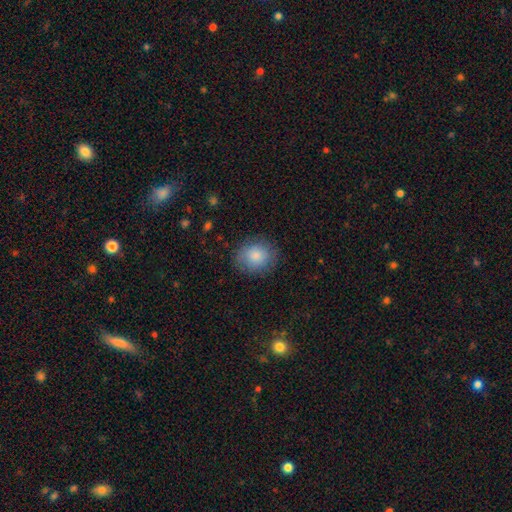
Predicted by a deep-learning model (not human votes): Smooth or featured? Predicted: smooth (p=0.86). How rounded? Predicted: round (p=0.78). Merging? Predicted: none (p=0.84).